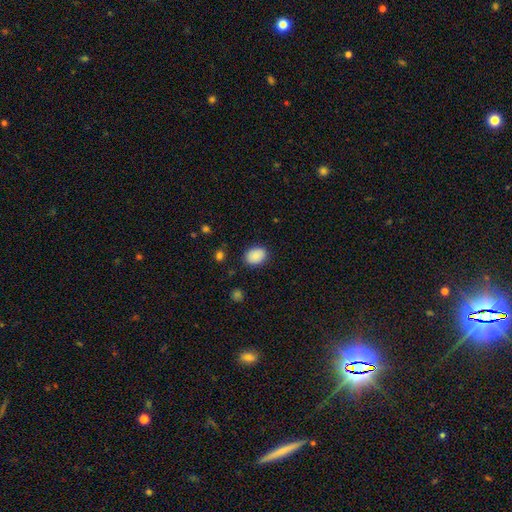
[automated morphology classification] Overall: smooth (88%). How rounded: in between (64%; round 35%). Merging: none (87%).